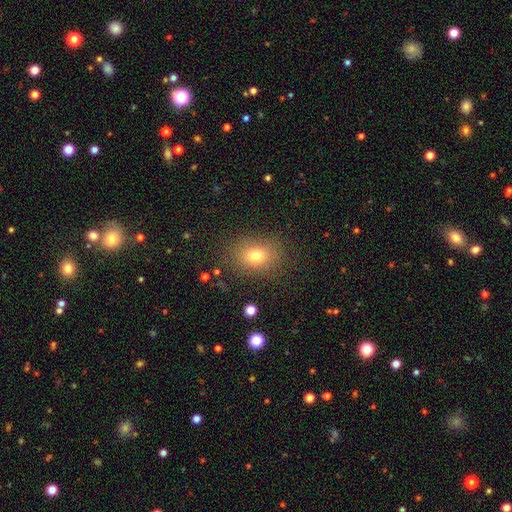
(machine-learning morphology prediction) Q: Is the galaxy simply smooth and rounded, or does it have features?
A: smooth — 75%.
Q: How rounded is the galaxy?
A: in between — 51%.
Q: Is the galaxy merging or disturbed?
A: none — 82%.